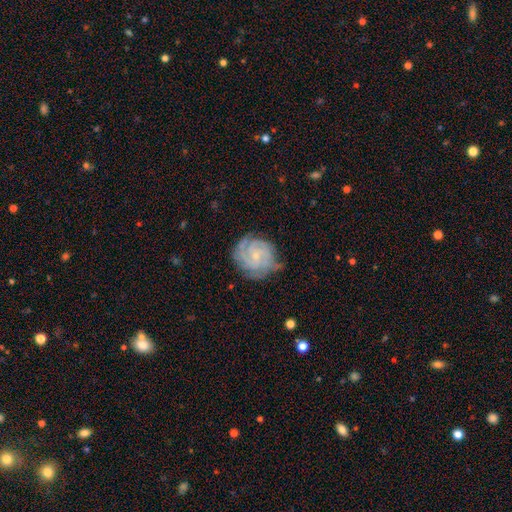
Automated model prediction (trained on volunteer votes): smooth-or-featured: featured or disk: 86% | smooth: 8% | star or artifact: 6%
  disk-edge-on: no: 98% | yes: 2%
    bar: no: 69% | weak: 26% | strong: 5%
    has-spiral-arms: yes: 97% | no: 3%
      spiral-winding: tight: 74% | medium: 23% | loose: 4%
      spiral-arm-count: 3: 31% | 4: 20% | can't tell: 20% | 2: 17% | more than 4: 6% | 1: 6%
    bulge-size: small: 80% | moderate: 14% | none: 3% | large: 1% | dominant: 1%
  merging: none: 74% | minor disturbance: 19% | major disturbance: 6% | merger: 1%